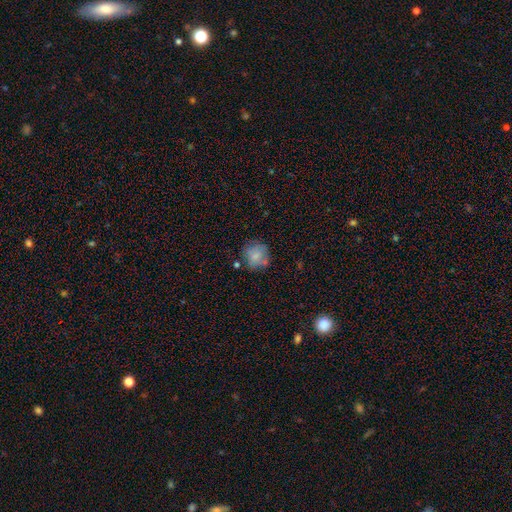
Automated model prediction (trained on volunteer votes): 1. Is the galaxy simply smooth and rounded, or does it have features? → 71% smooth, 20% featured or disk, 9% star or artifact.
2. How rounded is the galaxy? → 82% round, 17% in between, 1% cigar-shaped.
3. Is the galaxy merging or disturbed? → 64% none, 21% minor disturbance, 8% merger, 8% major disturbance.